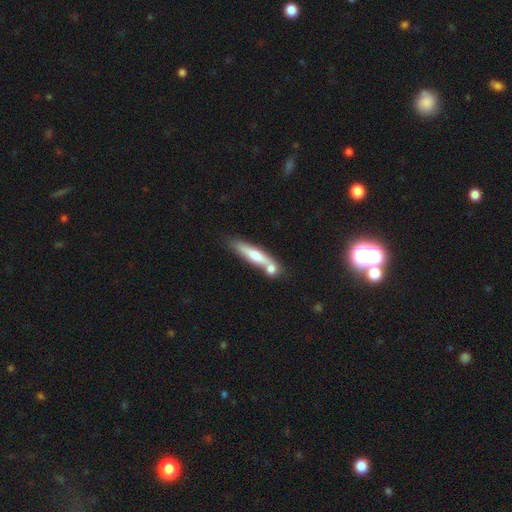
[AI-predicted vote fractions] This is likely a smooth galaxy (61%). How rounded: clearly cigar-shaped (82%). Merging: marginally none (45%).